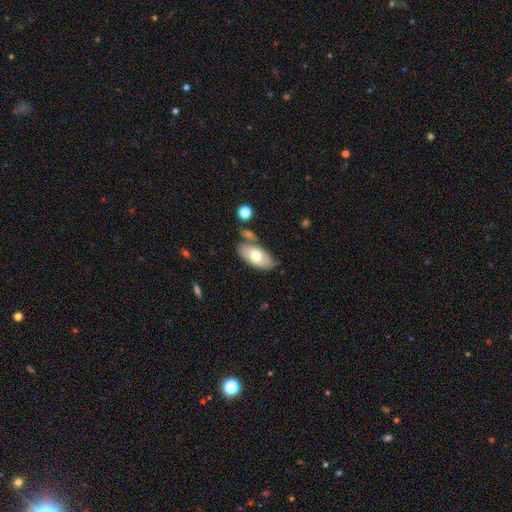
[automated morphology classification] Smooth or featured?
  - smooth: 65% *
  - featured or disk: 28%
  - star or artifact: 6%
How rounded?
  - in between: 92% *
  - cigar-shaped: 5%
  - round: 3%
Merging?
  - none: 64% *
  - minor disturbance: 19%
  - merger: 12%
  - major disturbance: 5%